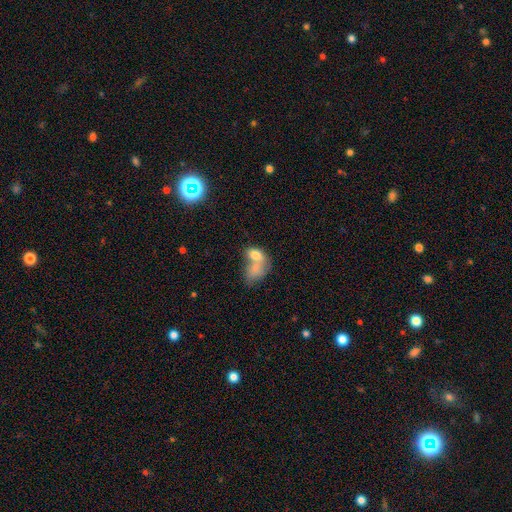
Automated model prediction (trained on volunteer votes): Morphology: type=smooth (76%); roundness=in between (81%); merging=merger (71%).